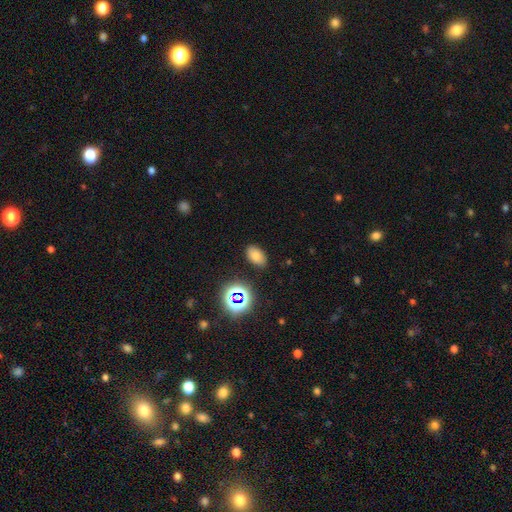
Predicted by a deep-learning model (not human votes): A smooth galaxy with no disk features (73%) that is in between round and cigar-shaped (89%). Merging: none (85%).